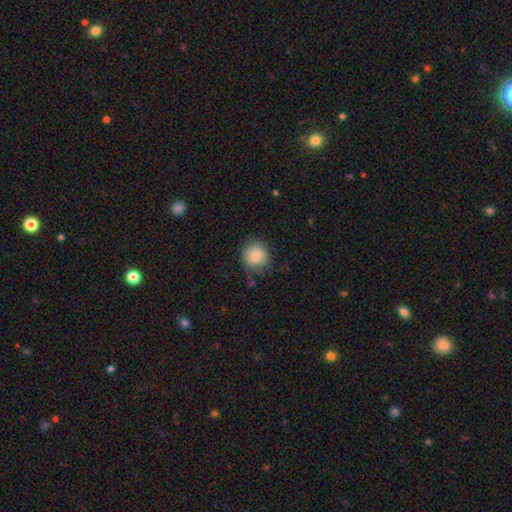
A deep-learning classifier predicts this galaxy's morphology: smooth-or-featured: smooth: 84% | star or artifact: 8% | featured or disk: 8%
  how-rounded: round: 88% | in between: 11% | cigar-shaped: 1%
  merging: none: 77% | minor disturbance: 17% | major disturbance: 5% | merger: 2%